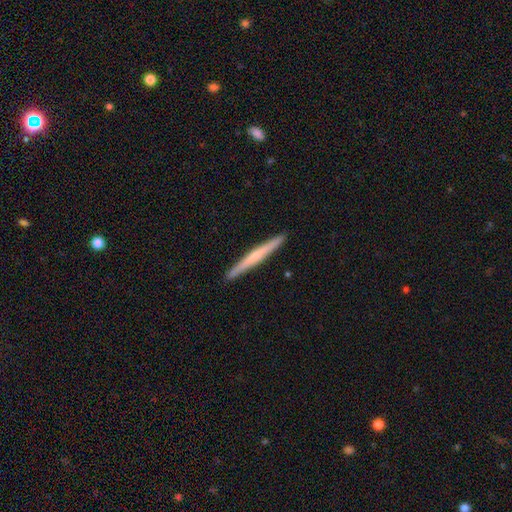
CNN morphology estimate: Smooth or featured? Predicted: featured or disk (p=0.52). Edge-on disk? Predicted: yes (p=0.98). Edge-on bulge? Predicted: none (p=0.52). Merging? Predicted: none (p=0.93).